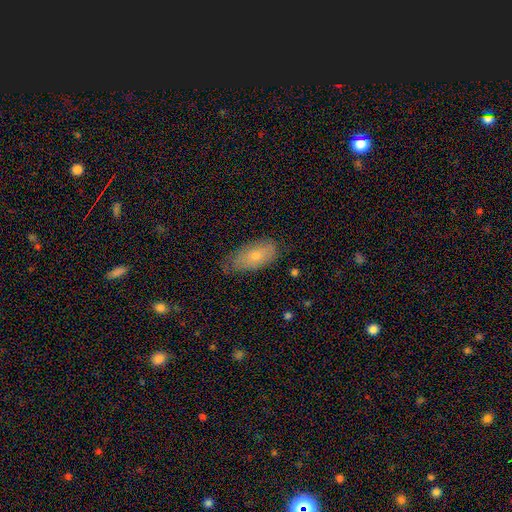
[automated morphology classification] This is likely a smooth galaxy (66%). How rounded: clearly in between (88%). Merging: likely none (62%).